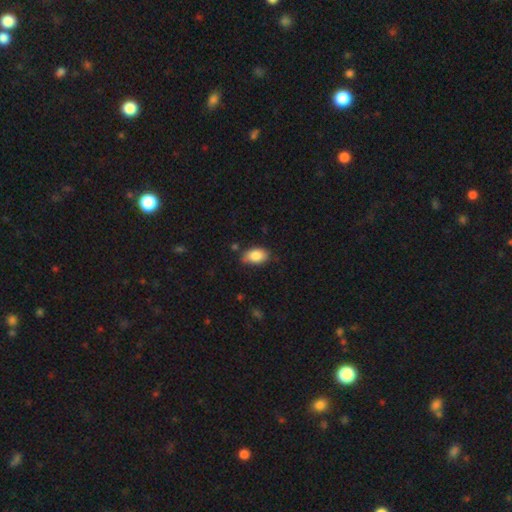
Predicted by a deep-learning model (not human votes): Overall: smooth (87%). How rounded: in between (90%). Merging: none (74%).